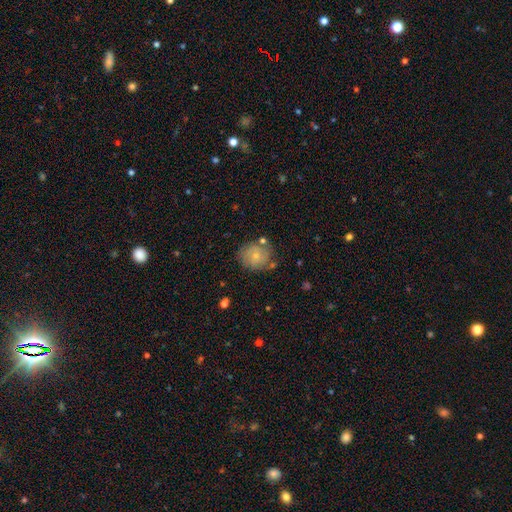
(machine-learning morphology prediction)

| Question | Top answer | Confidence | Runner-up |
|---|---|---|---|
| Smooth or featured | smooth | 53% | featured or disk (38%) |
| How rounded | round | 81% | in between (18%) |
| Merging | none | 70% | minor disturbance (18%) |